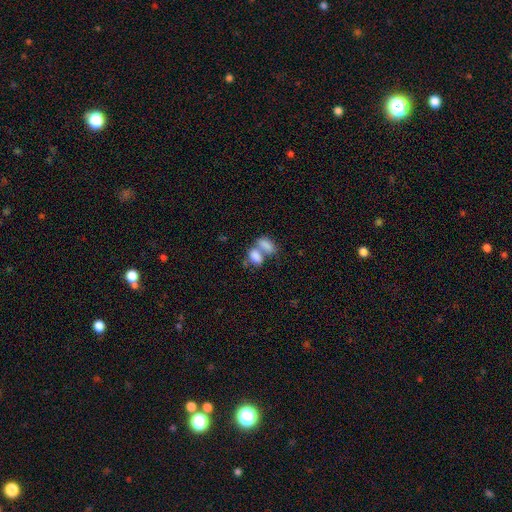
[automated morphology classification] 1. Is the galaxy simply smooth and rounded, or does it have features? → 80% smooth, 12% featured or disk, 8% star or artifact.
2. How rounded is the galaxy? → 89% in between, 8% round, 3% cigar-shaped.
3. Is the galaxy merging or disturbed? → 67% merger, 21% none, 7% minor disturbance, 5% major disturbance.